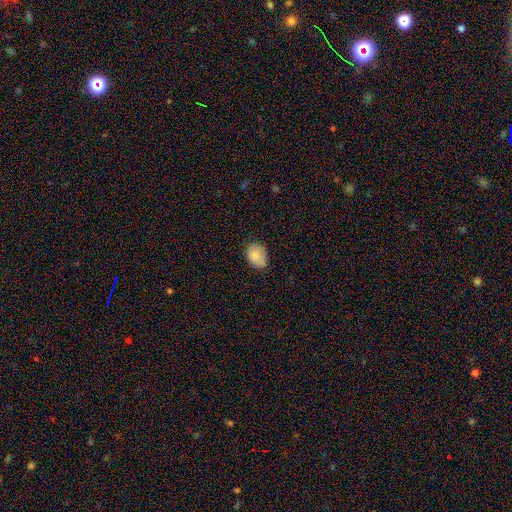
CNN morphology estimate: This is clearly a smooth galaxy (84%). How rounded: likely in between (75%). Merging: likely none (67%).